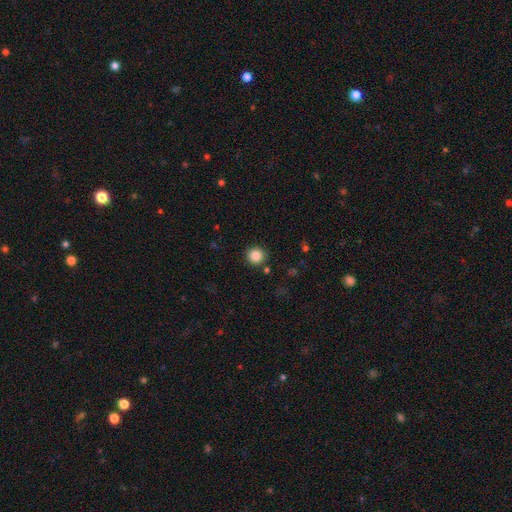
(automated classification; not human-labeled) smooth-or-featured: smooth: 85% | star or artifact: 10% | featured or disk: 5%
  how-rounded: round: 94% | in between: 5% | cigar-shaped: 1%
  merging: none: 89% | minor disturbance: 6% | merger: 3% | major disturbance: 2%